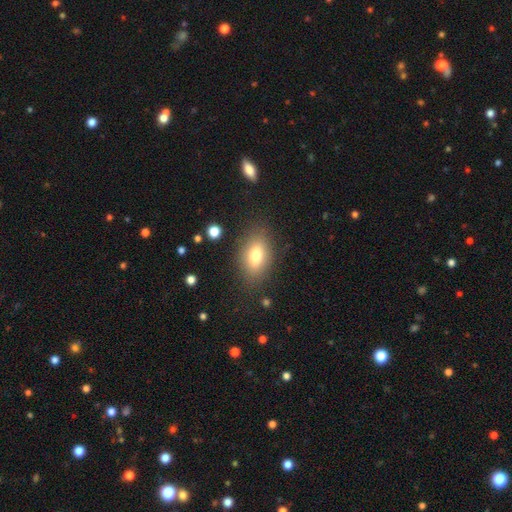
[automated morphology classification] A smooth galaxy with no disk features (74%) that is in between round and cigar-shaped (86%).

Vote fractions:
- Smooth or featured? smooth: 74% / featured or disk: 16% / star or artifact: 10%
- How rounded? in between: 86% / round: 10% / cigar-shaped: 4%
- Merging? none: 83% / minor disturbance: 11% / major disturbance: 5% / merger: 2%